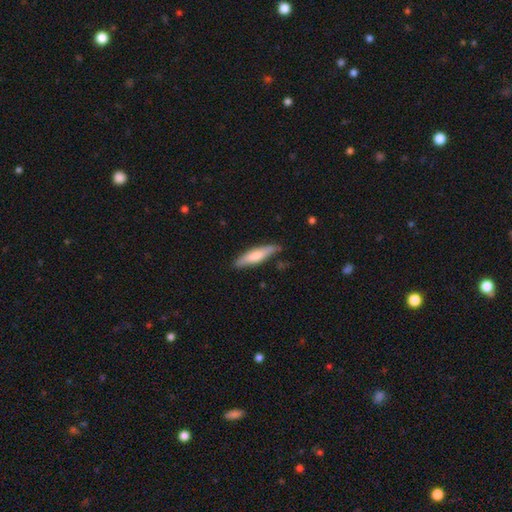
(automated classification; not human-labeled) This appears to be a smooth galaxy with no disk features (68%) that is cigar-shaped (76%). Merging: none (81%).